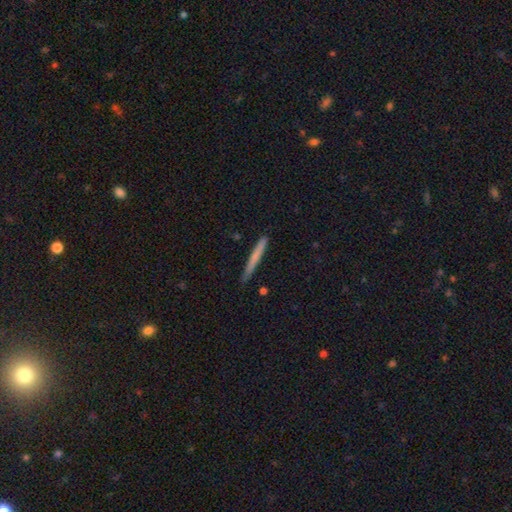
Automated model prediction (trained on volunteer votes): smooth_or_featured: smooth (p=0.67) [alt: featured or disk p=0.27]
how_rounded: cigar-shaped (p=0.97) [alt: in between p=0.02]
merging: none (p=0.86) [alt: minor disturbance p=0.11]